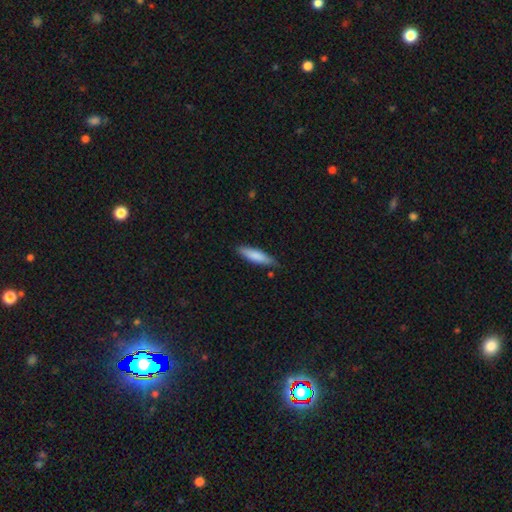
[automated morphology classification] A smooth galaxy with no disk features (80%) that is cigar-shaped (70%).

Vote fractions:
- Smooth or featured? smooth: 80% / featured or disk: 14% / star or artifact: 6%
- How rounded? cigar-shaped: 70% / in between: 28% / round: 1%
- Merging? none: 80% / minor disturbance: 16% / major disturbance: 2% / merger: 2%